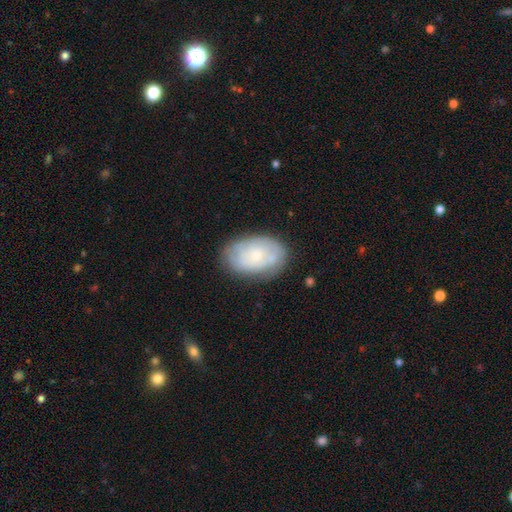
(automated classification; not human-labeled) Smooth or featured? Predicted: smooth (p=0.47). Merging? Predicted: none (p=0.74).